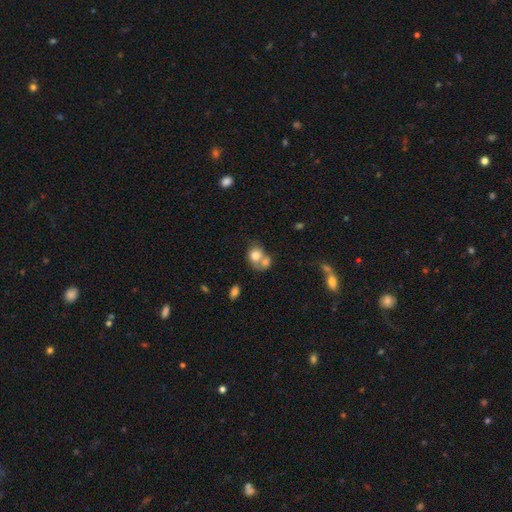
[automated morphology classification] Q: Smooth or featured?
A: smooth (74%); runner-up: featured or disk (17%)
Q: How rounded?
A: round (62%); runner-up: in between (37%)
Q: Merging?
A: merger (59%); runner-up: none (26%)